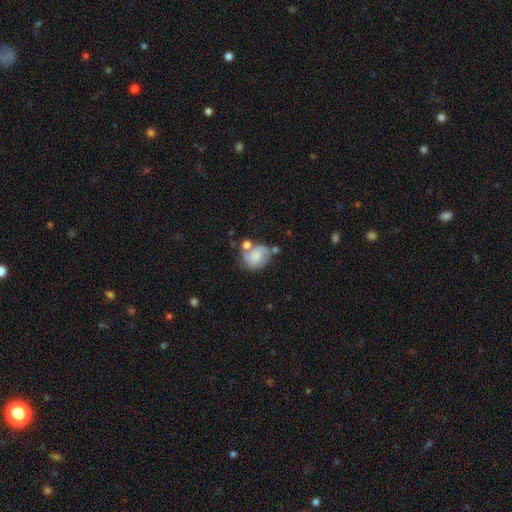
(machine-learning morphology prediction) A featured or disk galaxy (50%).

Vote fractions:
- Smooth or featured? featured or disk: 50% / smooth: 42% / star or artifact: 8%
- Edge-on disk? no: 97% / yes: 3%
- Merging? none: 39% / merger: 25% / minor disturbance: 23% / major disturbance: 13%